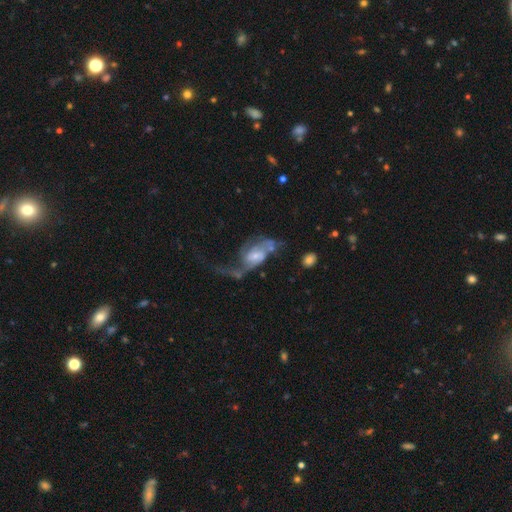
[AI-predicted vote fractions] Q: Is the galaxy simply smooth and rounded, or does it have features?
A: featured or disk — 79%.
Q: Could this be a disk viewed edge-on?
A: no — 96%.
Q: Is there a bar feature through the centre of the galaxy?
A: no — 51%.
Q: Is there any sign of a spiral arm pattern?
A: yes — 89%.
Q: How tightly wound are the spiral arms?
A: loose — 55%.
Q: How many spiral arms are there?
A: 2 — 62%.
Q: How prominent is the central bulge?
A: small — 51%.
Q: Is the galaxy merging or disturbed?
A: major disturbance — 52%.